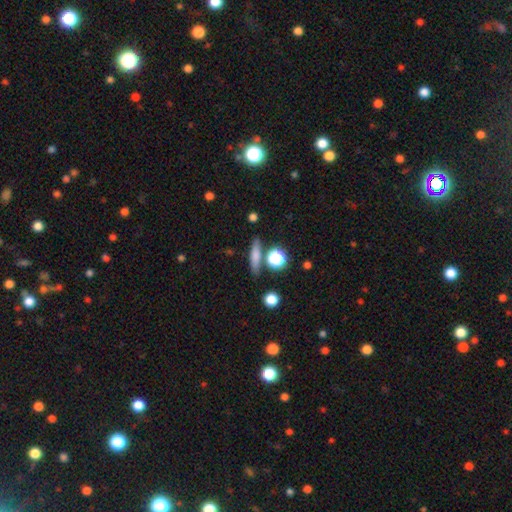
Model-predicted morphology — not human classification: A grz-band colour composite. It shows a smooth galaxy with no disk features (64%) that is cigar-shaped (68%). Merging: none (78%).